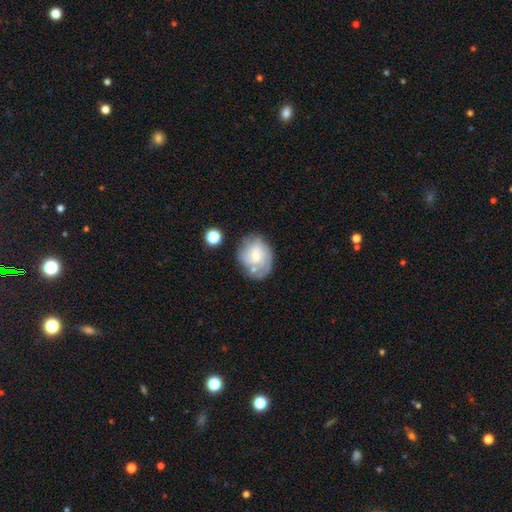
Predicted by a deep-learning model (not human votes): Smooth or featured? Predicted: featured or disk (p=0.47). Merging? Predicted: none (p=0.56).